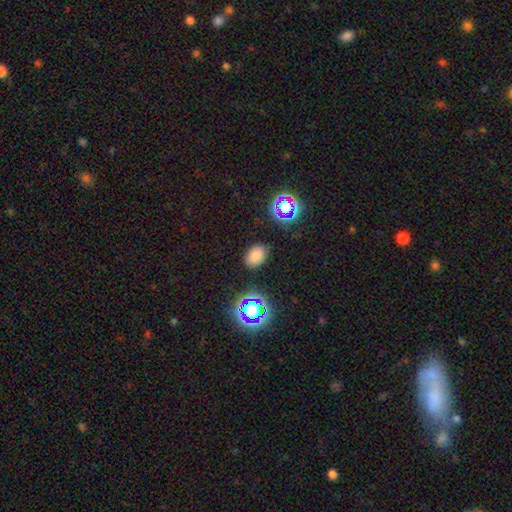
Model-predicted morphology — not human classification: smooth 75%, star or artifact 18%, featured or disk 6%. Down the decision tree: how rounded — in between (77%); merging — none (85%).